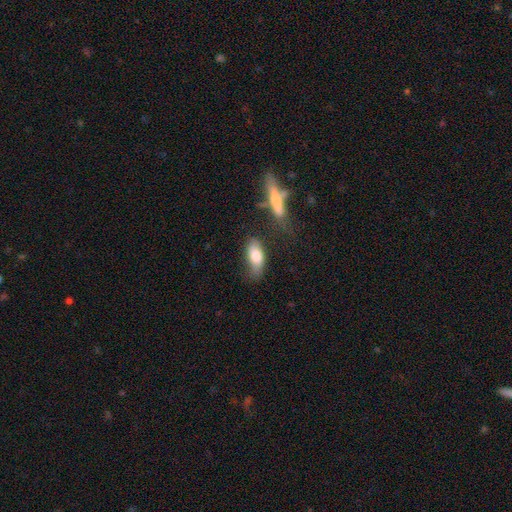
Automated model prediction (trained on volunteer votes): A smooth galaxy with no disk features (79%) that is in between round and cigar-shaped (83%).

Vote fractions:
- Smooth or featured? smooth: 79% / featured or disk: 14% / star or artifact: 7%
- How rounded? in between: 83% / cigar-shaped: 14% / round: 3%
- Merging? none: 54% / minor disturbance: 28% / major disturbance: 10% / merger: 8%